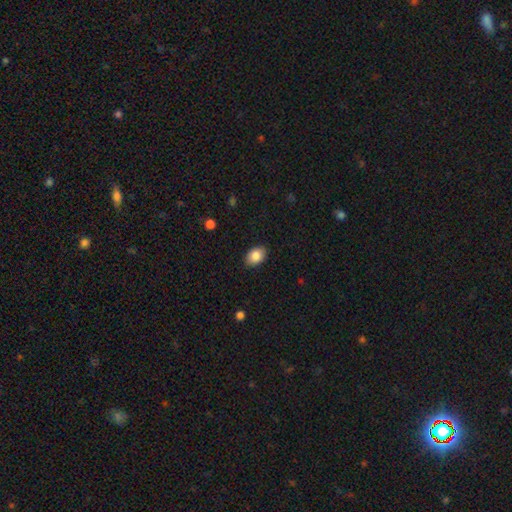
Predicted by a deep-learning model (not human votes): This is clearly a smooth galaxy (87%). How rounded: clearly in between (80%). Merging: clearly none (87%).